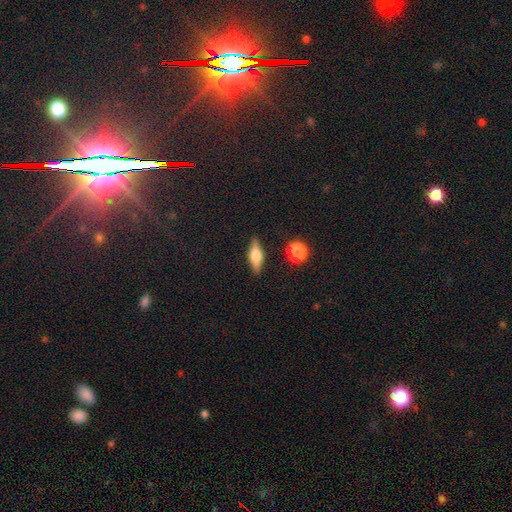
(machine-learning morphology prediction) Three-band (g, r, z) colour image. It shows a featured or disk galaxy (47%). Merging: none (87%).